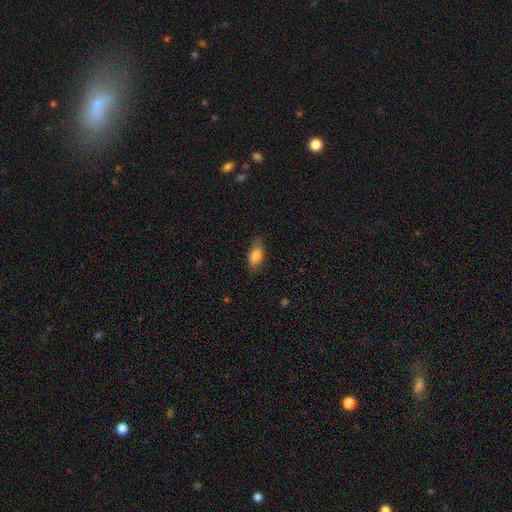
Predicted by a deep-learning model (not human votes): Smooth or featured?
  - smooth: 84% *
  - featured or disk: 10%
  - star or artifact: 7%
How rounded?
  - in between: 87% *
  - cigar-shaped: 10%
  - round: 3%
Merging?
  - none: 79% *
  - minor disturbance: 16%
  - major disturbance: 4%
  - merger: 1%